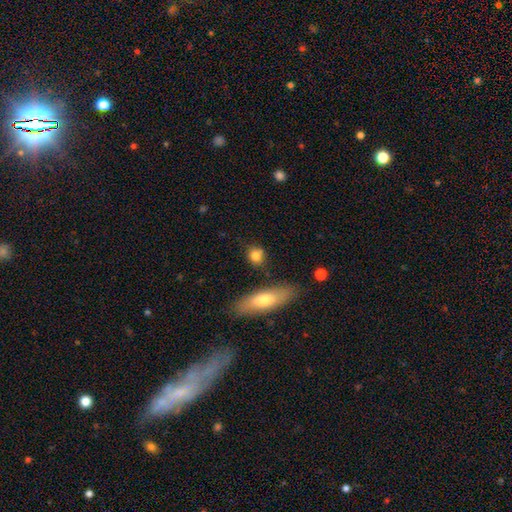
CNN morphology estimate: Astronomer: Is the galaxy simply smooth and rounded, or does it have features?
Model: smooth — 79%.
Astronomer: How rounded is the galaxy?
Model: round — 61%.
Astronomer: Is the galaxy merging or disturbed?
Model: none — 70%.